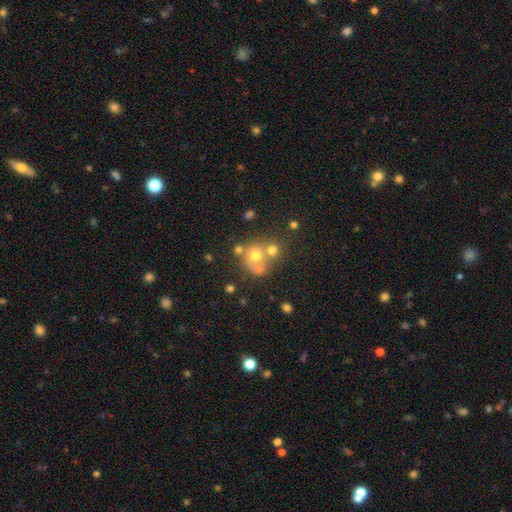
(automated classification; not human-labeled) A smooth galaxy with no disk features (60%) that is round (76%).

Vote fractions:
- Smooth or featured? smooth: 60% / featured or disk: 24% / star or artifact: 16%
- How rounded? round: 76% / in between: 23% / cigar-shaped: 1%
- Merging? merger: 45% / none: 37% / minor disturbance: 11% / major disturbance: 8%